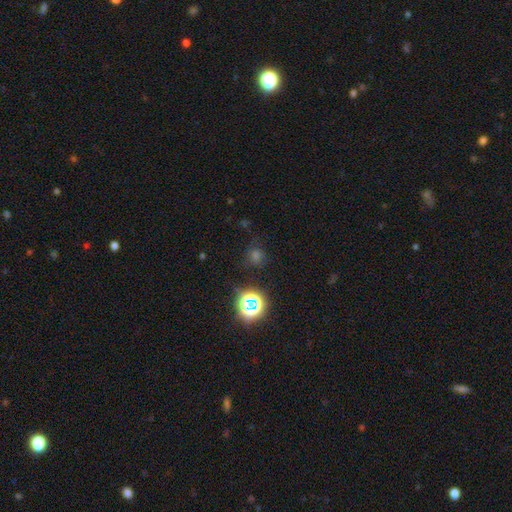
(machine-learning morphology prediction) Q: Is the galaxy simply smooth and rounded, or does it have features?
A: smooth — 50%.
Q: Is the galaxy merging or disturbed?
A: none — 81%.